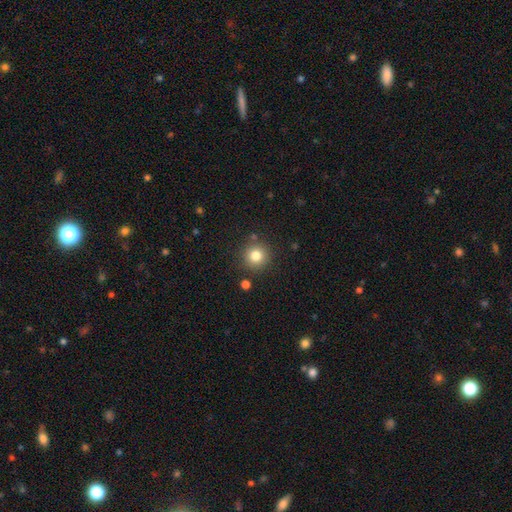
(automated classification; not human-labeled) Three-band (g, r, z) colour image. It shows a smooth galaxy with no disk features (81%) that is round (94%). Merging: none (86%).